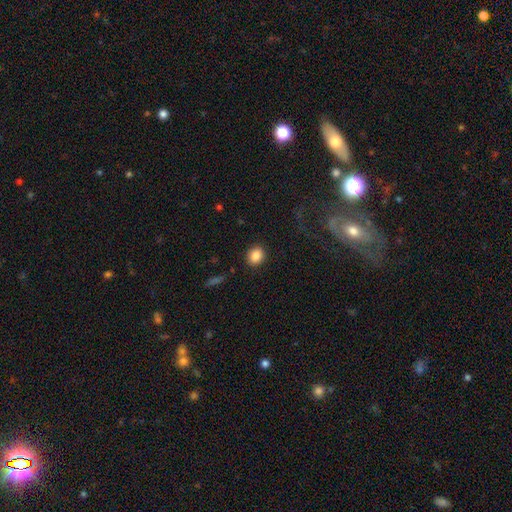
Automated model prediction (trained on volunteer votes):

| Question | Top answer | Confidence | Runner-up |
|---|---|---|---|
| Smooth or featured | smooth | 86% | star or artifact (9%) |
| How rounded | round | 67% | in between (32%) |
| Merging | none | 90% | minor disturbance (7%) |